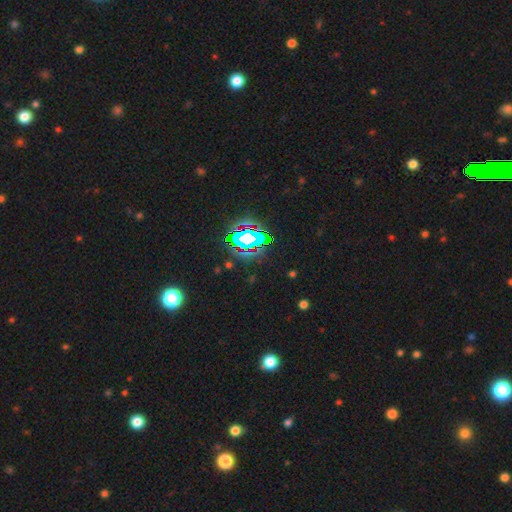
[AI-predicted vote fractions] Morphology: type=star or artifact (70%).